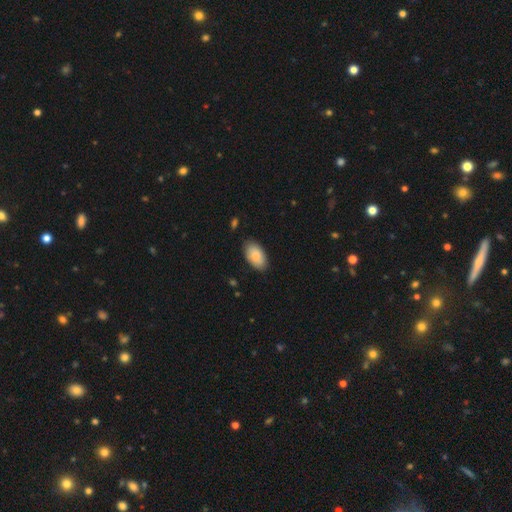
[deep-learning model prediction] Smooth or featured? Predicted: smooth (p=0.79). How rounded? Predicted: in between (p=0.95). Merging? Predicted: none (p=0.86).